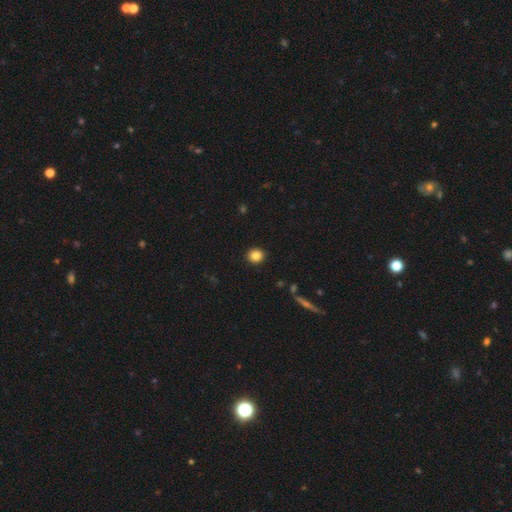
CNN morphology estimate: The model was most divided on "how rounded": round: 84%, in between: 15%, cigar-shaped: 1%. More confident: merging — none (92%); smooth or featured — smooth (85%).